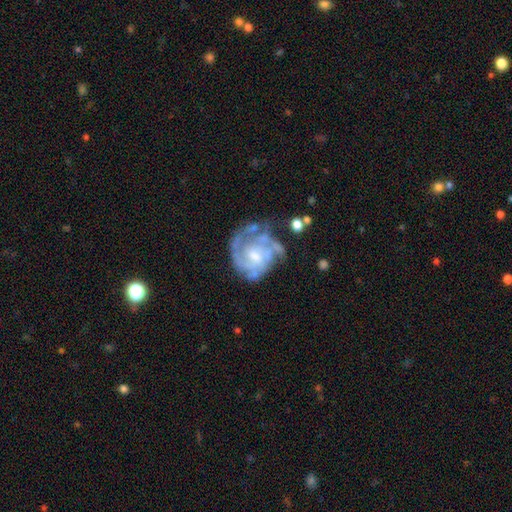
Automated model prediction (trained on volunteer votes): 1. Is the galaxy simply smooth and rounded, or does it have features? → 83% featured or disk, 11% smooth, 6% star or artifact.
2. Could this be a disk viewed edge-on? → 98% no, 2% yes.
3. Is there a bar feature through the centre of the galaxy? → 56% no, 37% weak, 7% strong.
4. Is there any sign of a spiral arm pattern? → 89% yes, 11% no.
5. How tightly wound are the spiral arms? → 57% tight, 33% medium, 10% loose.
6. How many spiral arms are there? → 36% can't tell, 24% 3, 20% 2, 9% 4, 7% 1, 5% more than 4.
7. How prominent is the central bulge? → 45% moderate, 39% small, 10% none, 5% large, 1% dominant.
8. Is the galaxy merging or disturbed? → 51% none, 24% minor disturbance, 20% major disturbance, 5% merger.